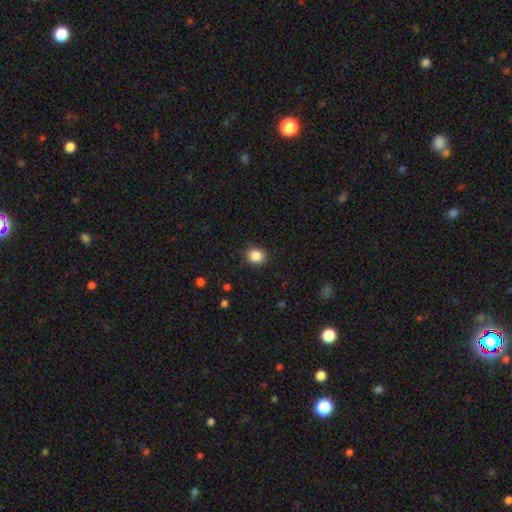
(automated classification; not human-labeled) A smooth galaxy with no disk features (87%) that is round (68%).

Vote fractions:
- Smooth or featured? smooth: 87% / star or artifact: 10% / featured or disk: 4%
- How rounded? round: 68% / in between: 31% / cigar-shaped: 1%
- Merging? none: 88% / minor disturbance: 9% / major disturbance: 2% / merger: 1%